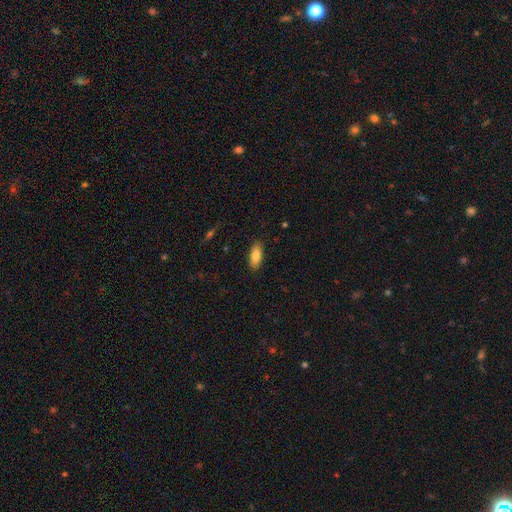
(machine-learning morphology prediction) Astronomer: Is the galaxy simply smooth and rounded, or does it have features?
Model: smooth — 81%.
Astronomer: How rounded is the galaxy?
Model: in between — 80%.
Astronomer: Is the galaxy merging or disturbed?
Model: none — 88%.